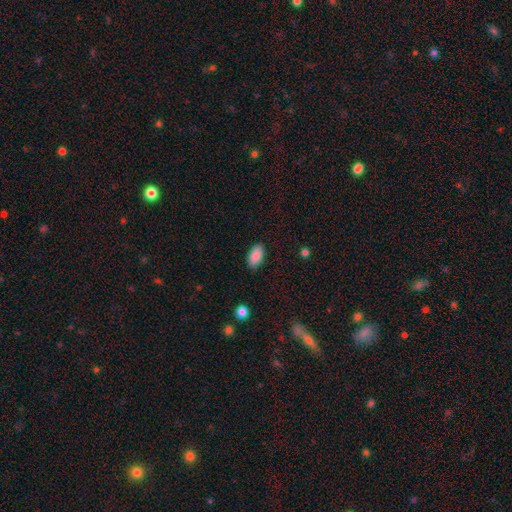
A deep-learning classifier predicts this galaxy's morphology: Smooth or featured? Predicted: smooth (p=0.89). How rounded? Predicted: in between (p=0.94). Merging? Predicted: none (p=0.87).